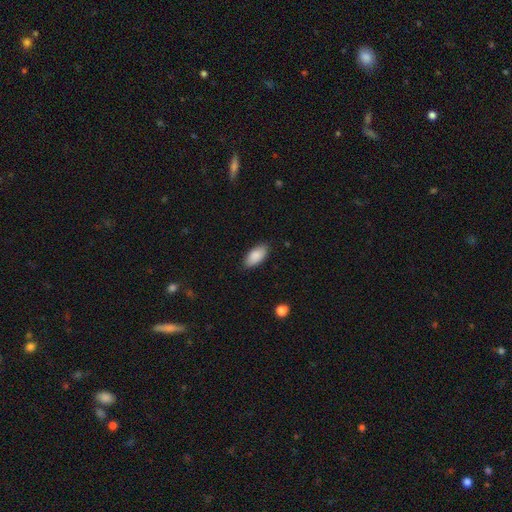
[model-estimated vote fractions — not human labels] A smooth galaxy with no disk features (89%) that is in between round and cigar-shaped (92%). Merging: none (85%).